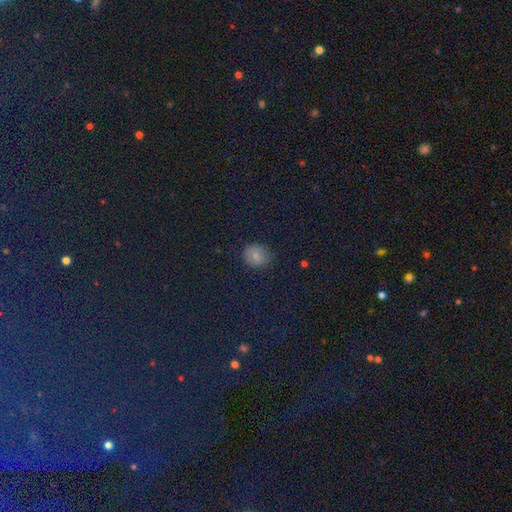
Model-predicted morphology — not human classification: Overall: smooth (71%). How rounded: round (71%). Merging: none (83%).